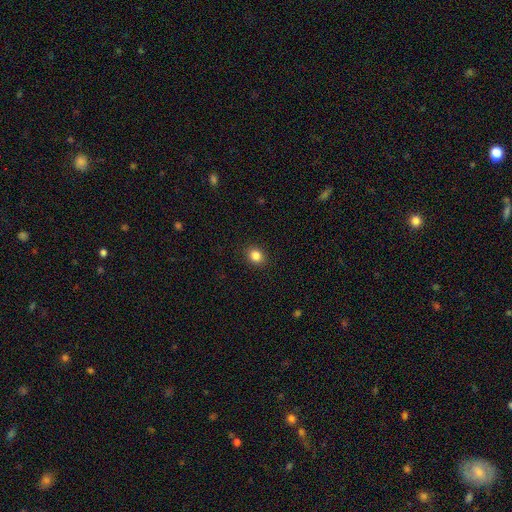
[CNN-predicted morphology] Q: Smooth or featured?
A: smooth (85%); runner-up: star or artifact (11%)
Q: How rounded?
A: round (63%); runner-up: in between (36%)
Q: Merging?
A: none (90%); runner-up: minor disturbance (7%)